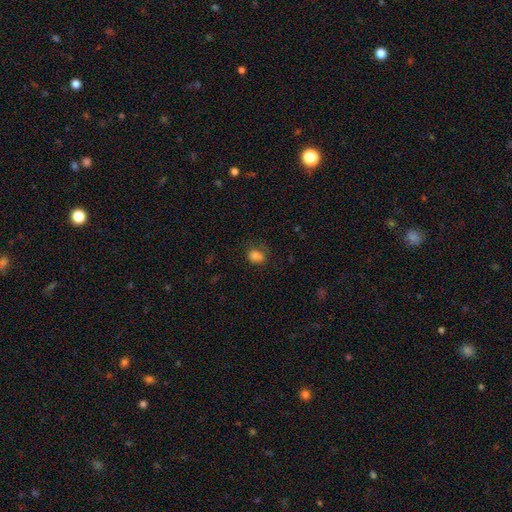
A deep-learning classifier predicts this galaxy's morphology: This appears to be a smooth galaxy with no disk features (82%) that is in between round and cigar-shaped (57%). Merging: none (68%).